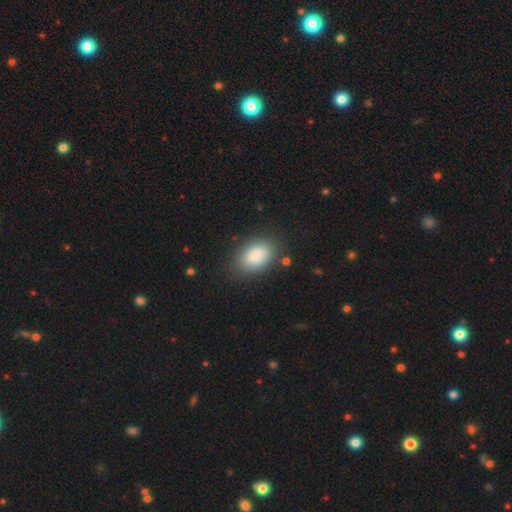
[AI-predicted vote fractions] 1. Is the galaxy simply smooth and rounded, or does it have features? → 87% smooth, 7% star or artifact, 5% featured or disk.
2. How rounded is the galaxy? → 88% in between, 10% round, 1% cigar-shaped.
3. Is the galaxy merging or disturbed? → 82% none, 11% minor disturbance, 4% major disturbance, 2% merger.